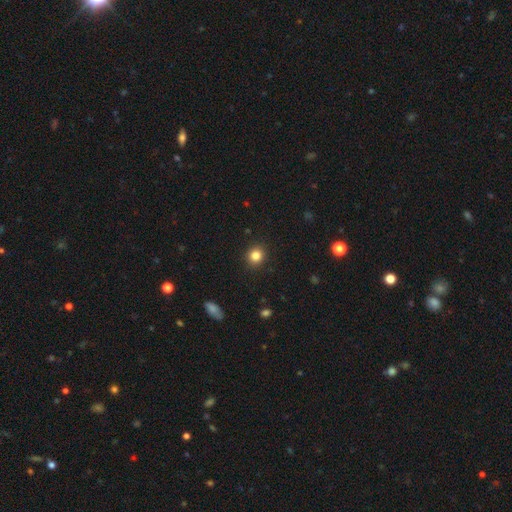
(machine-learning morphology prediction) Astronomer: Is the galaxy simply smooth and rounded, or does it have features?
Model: smooth — 83%.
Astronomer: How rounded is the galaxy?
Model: round — 85%.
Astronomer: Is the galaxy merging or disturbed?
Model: none — 91%.